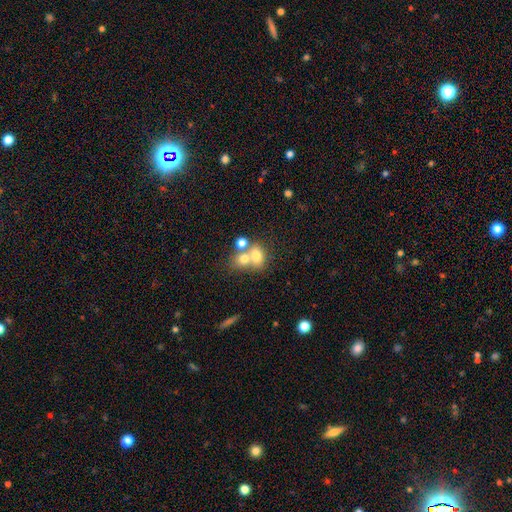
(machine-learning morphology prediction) The model was most divided on "how rounded": in between: 55%, round: 43%, cigar-shaped: 1%. More confident: smooth or featured — smooth (70%); merging — merger (55%).